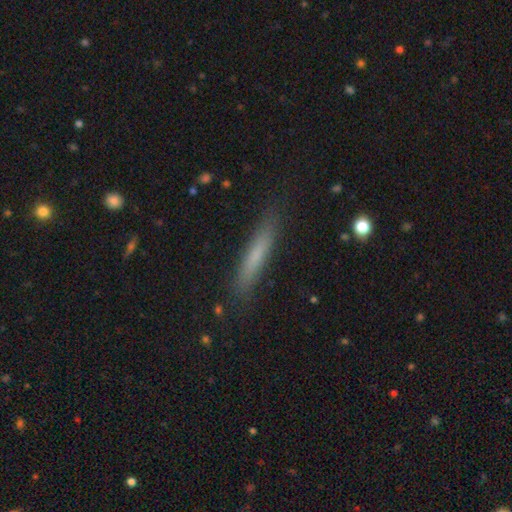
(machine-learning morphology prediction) Smooth or featured? smooth (68%)
How rounded? cigar-shaped (92%)
Merging? none (86%)